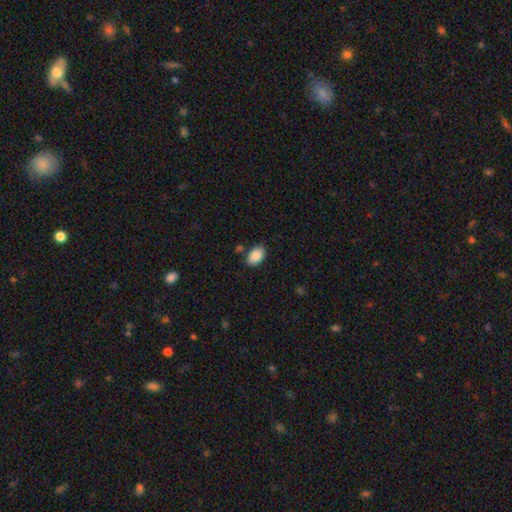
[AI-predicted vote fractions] A smooth galaxy with no disk features (87%) that is in between round and cigar-shaped (88%).

Vote fractions:
- Smooth or featured? smooth: 87% / star or artifact: 7% / featured or disk: 5%
- How rounded? in between: 88% / round: 11% / cigar-shaped: 1%
- Merging? none: 82% / minor disturbance: 12% / merger: 4% / major disturbance: 3%